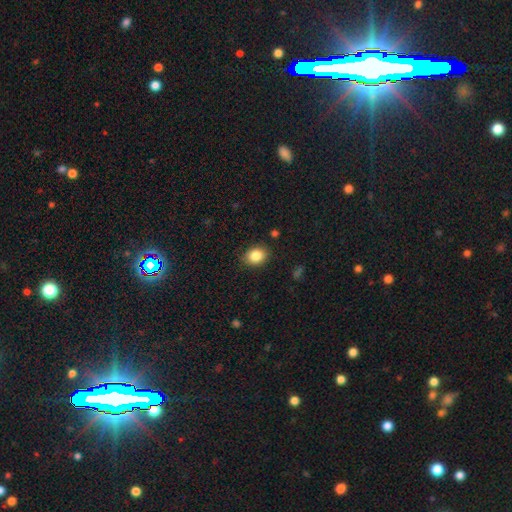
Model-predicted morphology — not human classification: type=smooth (85%); roundness=in between (52%); merging=none (86%).